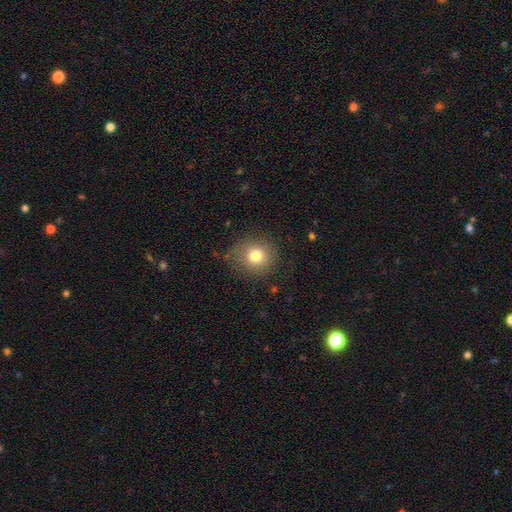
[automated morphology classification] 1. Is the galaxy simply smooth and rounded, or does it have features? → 78% smooth, 12% star or artifact, 10% featured or disk.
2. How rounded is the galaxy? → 86% round, 13% in between, 1% cigar-shaped.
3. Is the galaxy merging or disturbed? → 81% none, 13% minor disturbance, 5% major disturbance, 1% merger.